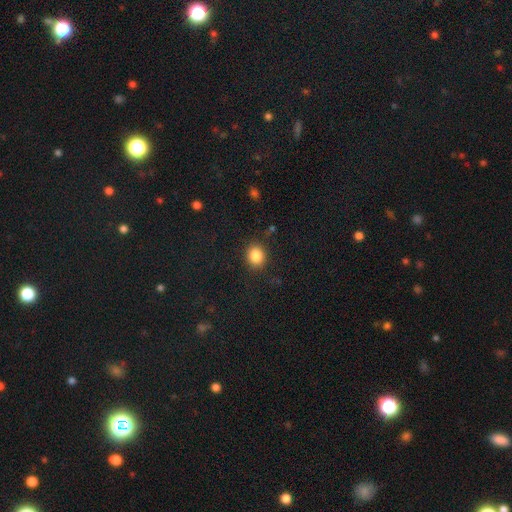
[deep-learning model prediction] This is clearly a smooth galaxy (85%). How rounded: likely round (73%). Merging: clearly none (86%).